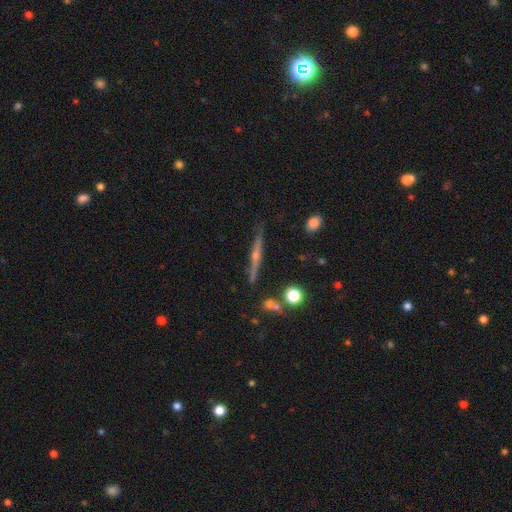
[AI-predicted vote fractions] This appears to be a featured or disk galaxy (73%) viewed edge-on (97%) with a rounded central bulge (79%). Merging: none (86%).